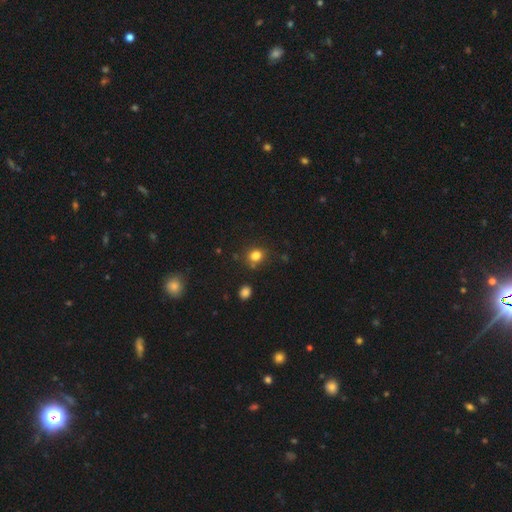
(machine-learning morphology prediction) smooth-or-featured: smooth: 81% | star or artifact: 13% | featured or disk: 5%
  how-rounded: round: 68% | in between: 31% | cigar-shaped: 1%
  merging: none: 76% | minor disturbance: 14% | merger: 6% | major disturbance: 4%